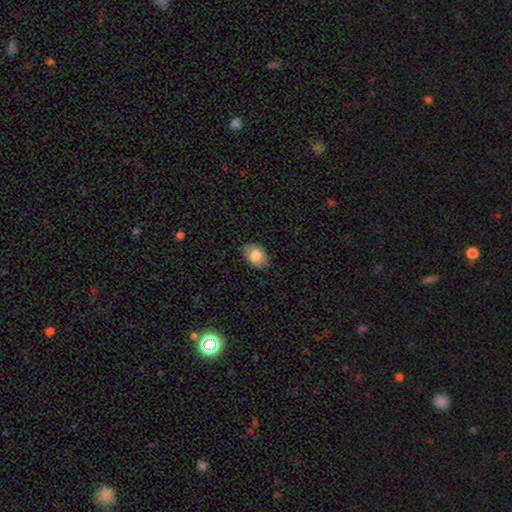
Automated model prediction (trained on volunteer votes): This appears to be a smooth galaxy with no disk features (79%) that is in between round and cigar-shaped (81%). Merging: none (85%).